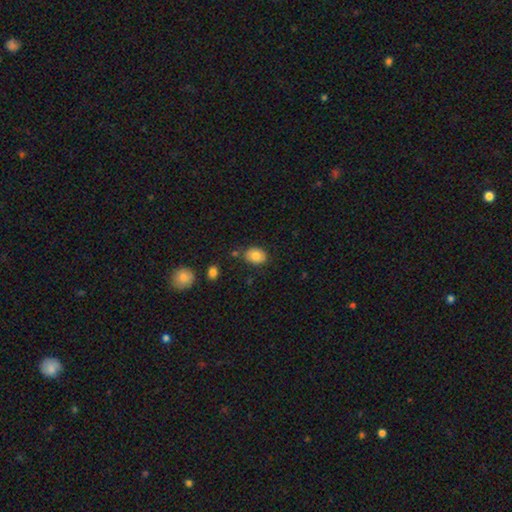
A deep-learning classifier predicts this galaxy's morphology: smooth-or-featured: smooth: 81% | featured or disk: 11% | star or artifact: 8%
  how-rounded: in between: 66% | round: 33% | cigar-shaped: 1%
  merging: none: 78% | minor disturbance: 14% | merger: 4% | major disturbance: 3%